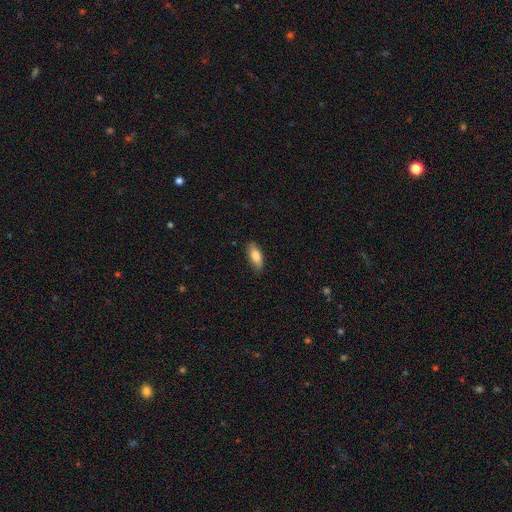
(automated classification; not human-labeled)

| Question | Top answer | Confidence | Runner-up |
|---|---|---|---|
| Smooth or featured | smooth | 81% | featured or disk (12%) |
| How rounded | in between | 78% | cigar-shaped (19%) |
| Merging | none | 81% | minor disturbance (16%) |